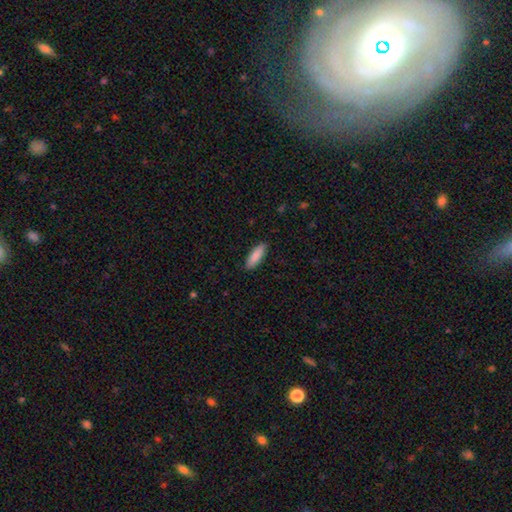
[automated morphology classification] Q: Smooth or featured?
A: smooth (88%); runner-up: featured or disk (6%)
Q: How rounded?
A: cigar-shaped (51%); runner-up: in between (47%)
Q: Merging?
A: none (89%); runner-up: minor disturbance (8%)